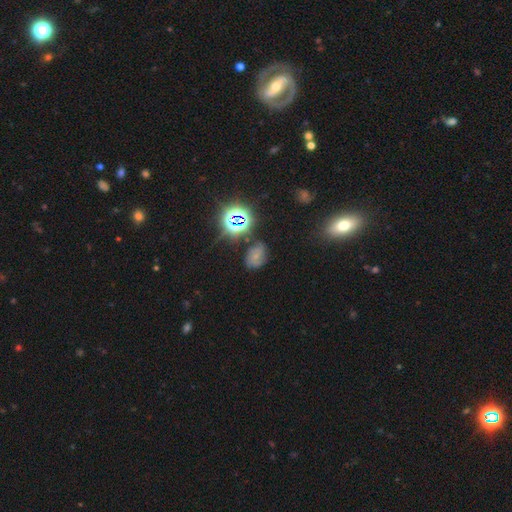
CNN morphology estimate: Smooth or featured: smooth — 36% (star or artifact — 32%)
Merging: none — 66% (minor disturbance — 22%)